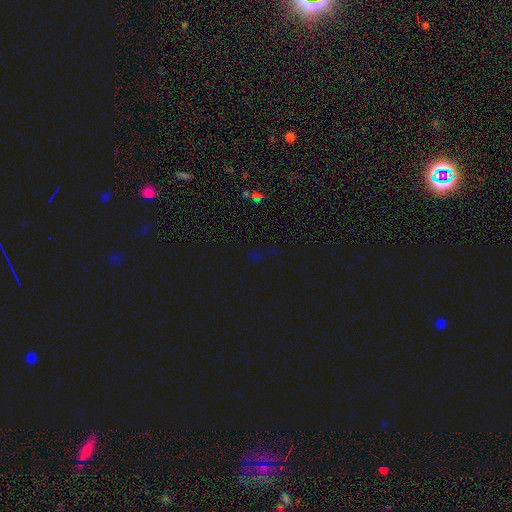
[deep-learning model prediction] Smooth or featured: star or artifact — 74% (smooth — 19%)